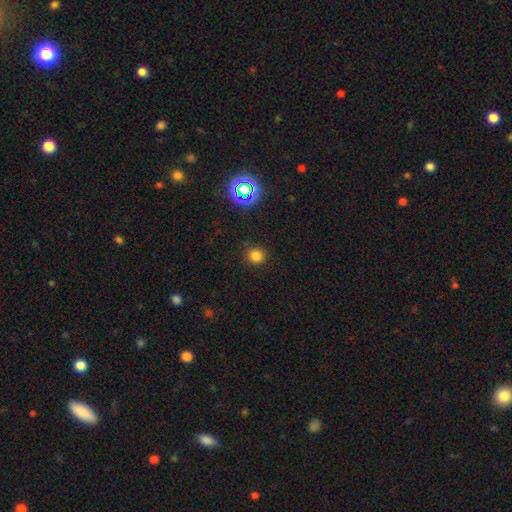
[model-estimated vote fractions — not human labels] Smooth or featured? Predicted: smooth (p=0.77). How rounded? Predicted: round (p=0.90). Merging? Predicted: none (p=0.90).